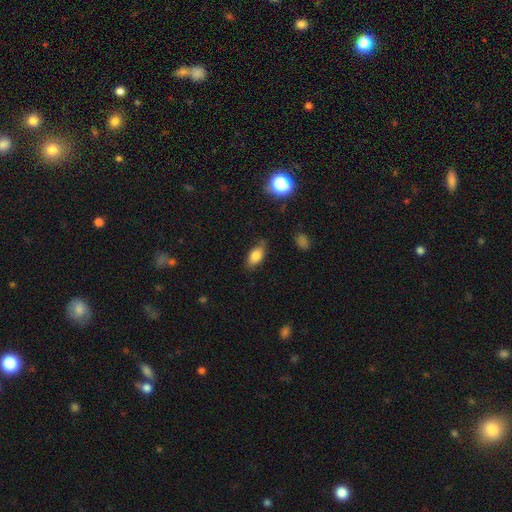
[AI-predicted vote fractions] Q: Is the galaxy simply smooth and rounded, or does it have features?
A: smooth — 80%.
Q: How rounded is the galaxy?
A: in between — 87%.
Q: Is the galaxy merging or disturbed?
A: none — 74%.